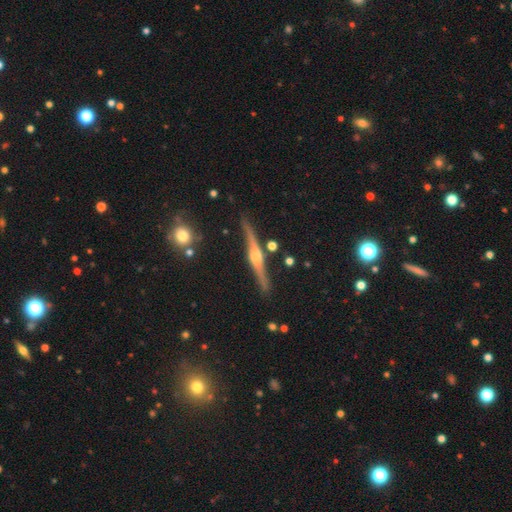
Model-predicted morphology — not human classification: Smooth or featured? Predicted: featured or disk (p=0.85). Edge-on disk? Predicted: yes (p=0.98). Edge-on bulge? Predicted: rounded (p=0.88). Merging? Predicted: none (p=0.86).